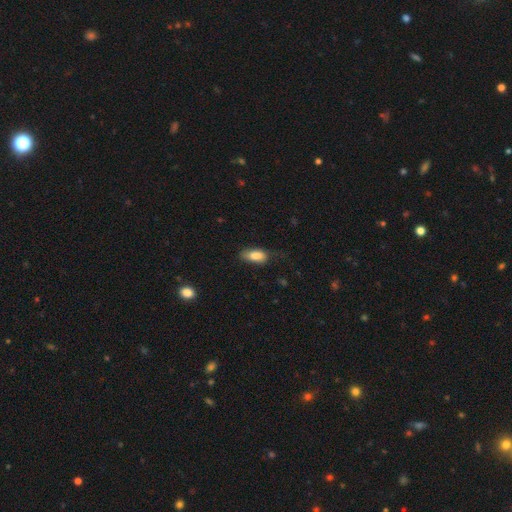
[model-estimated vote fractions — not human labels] Morphology: type=smooth (83%); roundness=in between (87%); merging=none (58%).